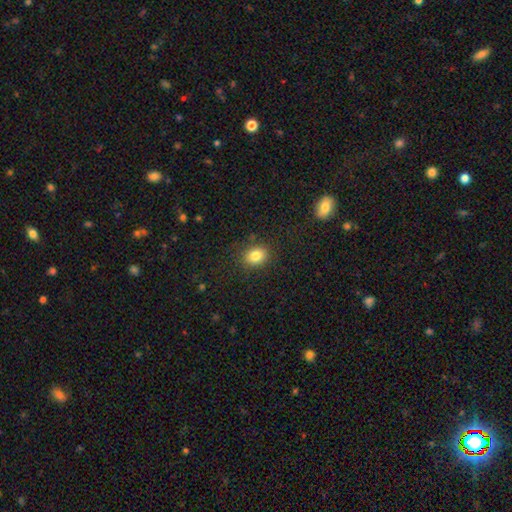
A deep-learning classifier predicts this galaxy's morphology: The model was most divided on "how rounded": round: 56%, in between: 44%, cigar-shaped: 1%. More confident: merging — none (87%); smooth or featured — smooth (83%).